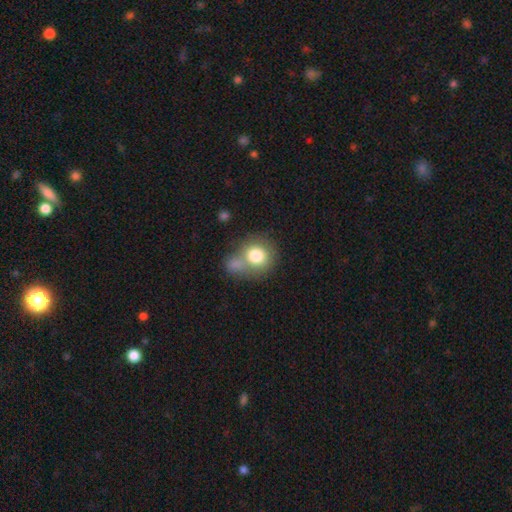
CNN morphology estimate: type=smooth (78%); roundness=round (81%); merging=none (43%).